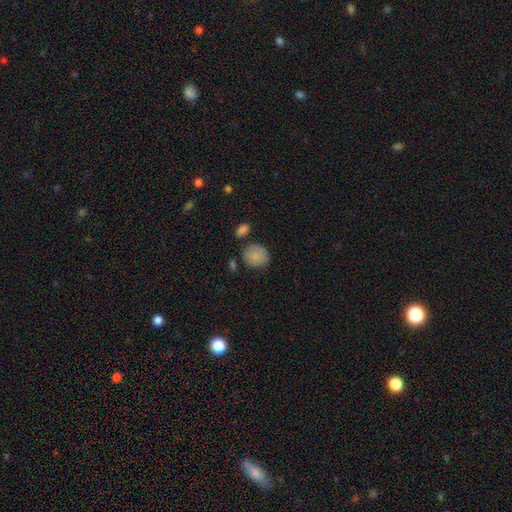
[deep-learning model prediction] The model was most divided on "merging": none: 72%, minor disturbance: 16%, merger: 7%, major disturbance: 4%. More confident: smooth or featured — smooth (86%); how rounded — round (80%).